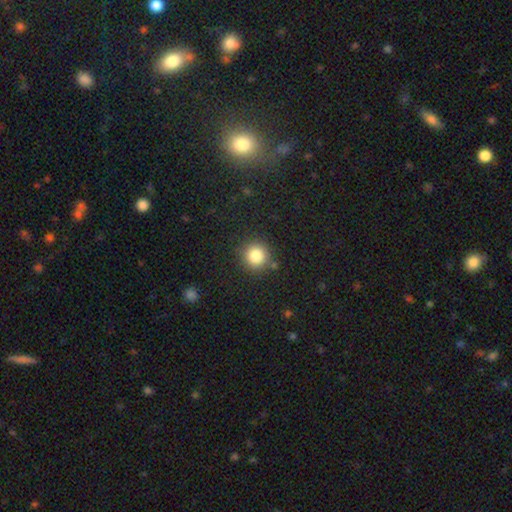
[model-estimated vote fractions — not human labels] Smooth or featured? Predicted: smooth (p=0.83). How rounded? Predicted: round (p=0.93). Merging? Predicted: none (p=0.86).